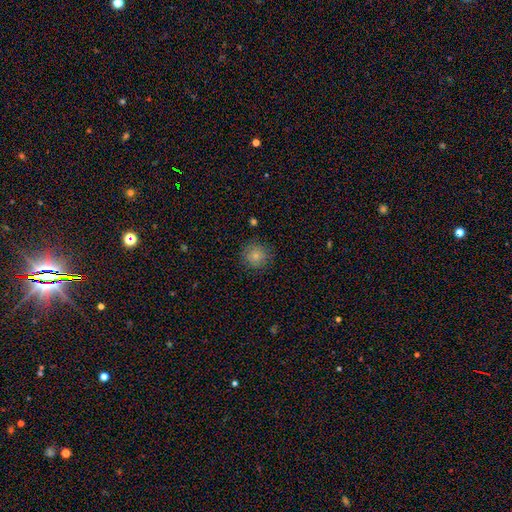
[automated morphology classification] Q: Smooth or featured?
A: smooth (79%); runner-up: star or artifact (10%)
Q: How rounded?
A: round (93%); runner-up: in between (6%)
Q: Merging?
A: none (84%); runner-up: minor disturbance (11%)